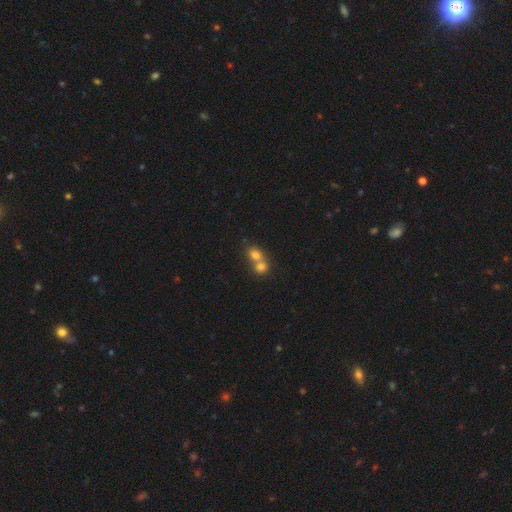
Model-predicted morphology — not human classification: Overall: smooth (75%). How rounded: round (66%; in between 33%). Merging: merger (66%; none 27%).